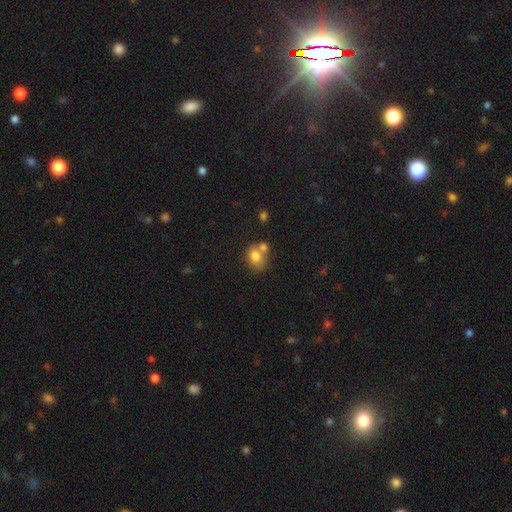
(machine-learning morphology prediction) Smooth or featured?
  - smooth: 77% *
  - featured or disk: 13%
  - star or artifact: 10%
How rounded?
  - round: 51% *
  - in between: 48%
  - cigar-shaped: 1%
Merging?
  - merger: 42% *
  - none: 39%
  - minor disturbance: 13%
  - major disturbance: 6%